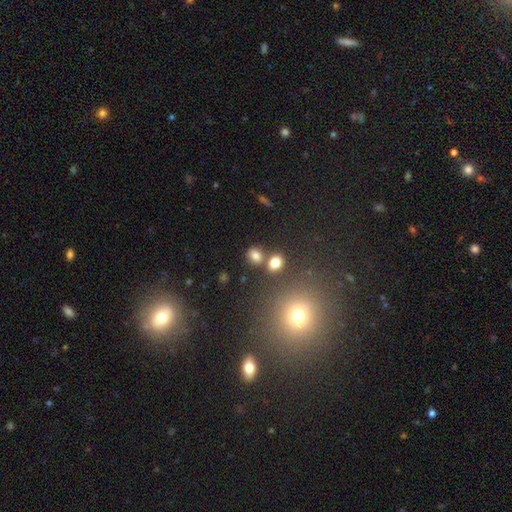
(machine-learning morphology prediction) This is likely a smooth galaxy (78%). How rounded: possibly round (51%). Merging: likely none (63%).